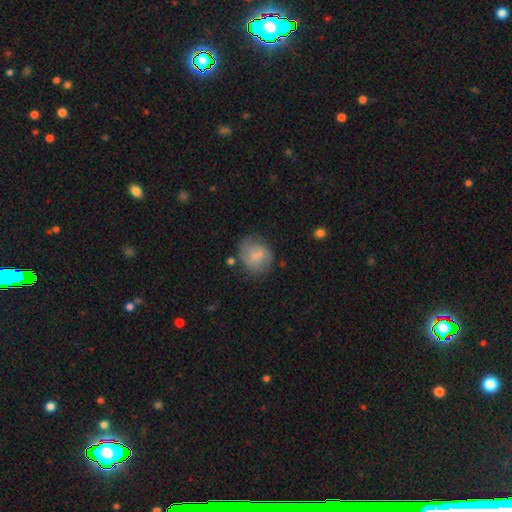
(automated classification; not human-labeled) Smooth or featured?
  - smooth: 64% *
  - featured or disk: 28%
  - star or artifact: 8%
How rounded?
  - round: 68% *
  - in between: 31%
  - cigar-shaped: 1%
Merging?
  - none: 63% *
  - minor disturbance: 23%
  - major disturbance: 9%
  - merger: 5%